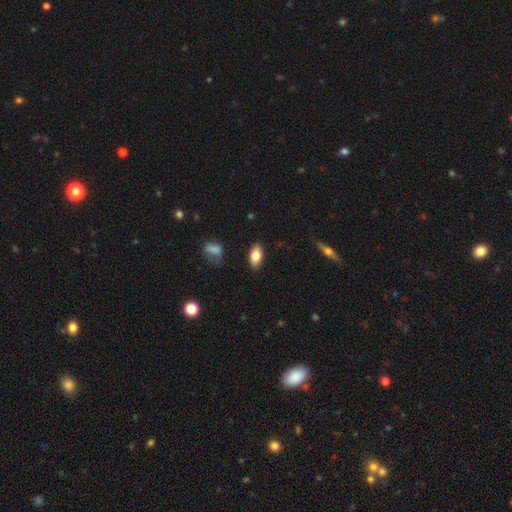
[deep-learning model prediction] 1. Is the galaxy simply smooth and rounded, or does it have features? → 77% smooth, 16% featured or disk, 7% star or artifact.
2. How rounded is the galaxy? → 90% in between, 6% cigar-shaped, 4% round.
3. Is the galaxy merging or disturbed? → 87% none, 9% minor disturbance, 2% major disturbance, 1% merger.